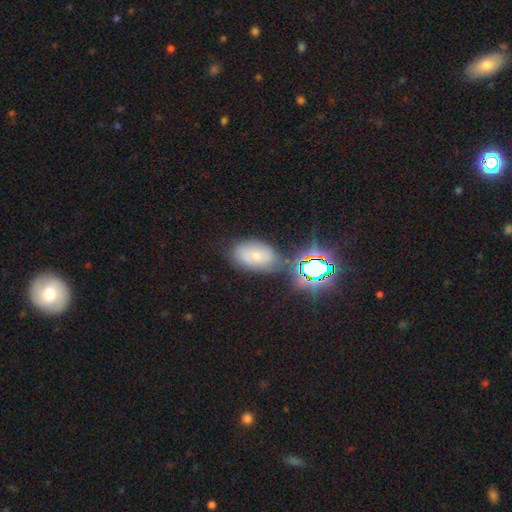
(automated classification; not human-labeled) This appears to be a smooth galaxy with no disk features (52%) that is in between round and cigar-shaped (89%). Merging: none (65%).